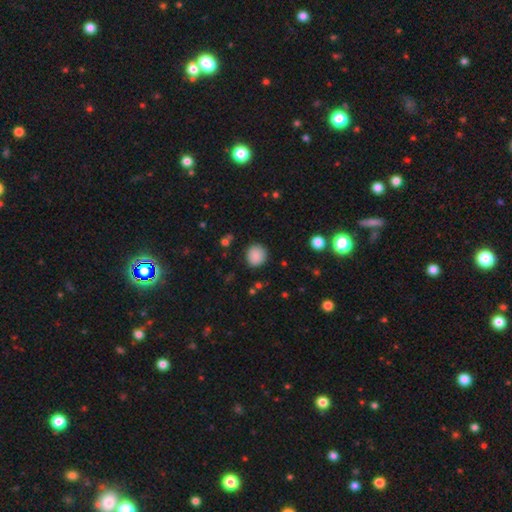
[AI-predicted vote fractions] A smooth galaxy with no disk features (87%) that is round (88%). Merging: none (88%).